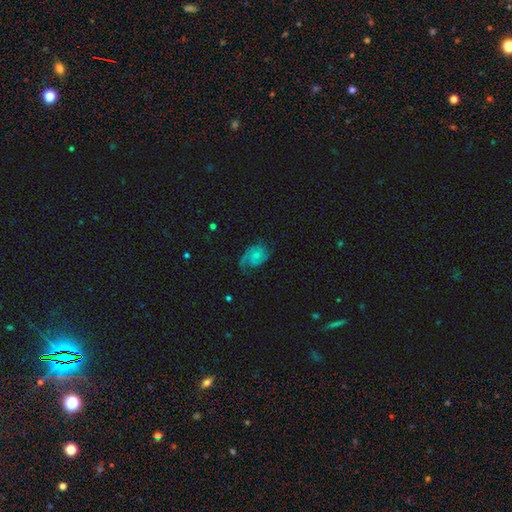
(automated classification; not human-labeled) Smooth or featured? featured or disk (56%)
Edge-on disk? no (97%)
Bar? no (74%)
Spiral arms? yes (86%)
Bulge size? small (60%)
Merging? none (47%)